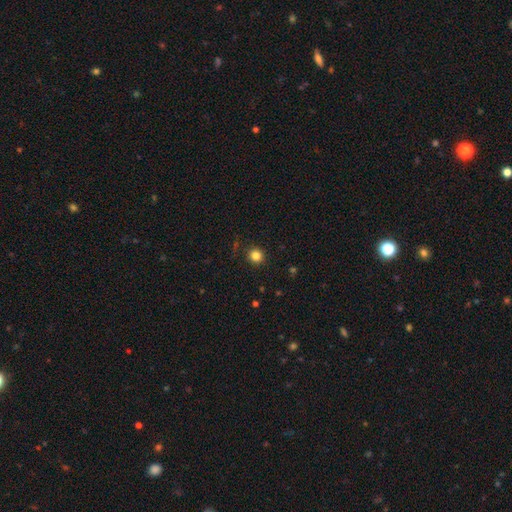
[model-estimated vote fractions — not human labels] Morphology: type=smooth (83%); roundness=round (92%); merging=none (90%).